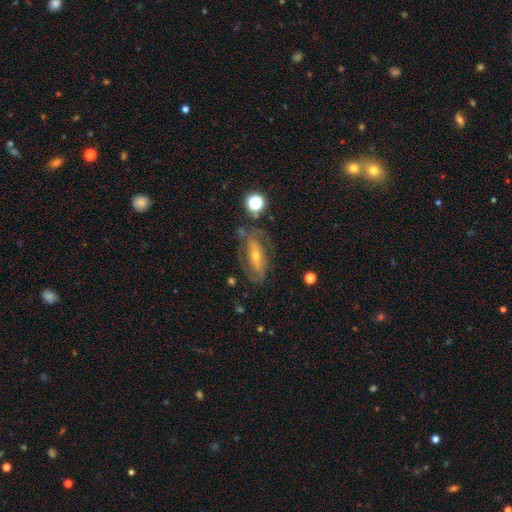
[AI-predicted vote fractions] Overall: featured or disk (70%). Edge-on disk: no (84%). Bar: no (42%; weak 30%). Spiral arms: yes (74%). Bulge size: small (52%; moderate 42%). Merging: none (65%).